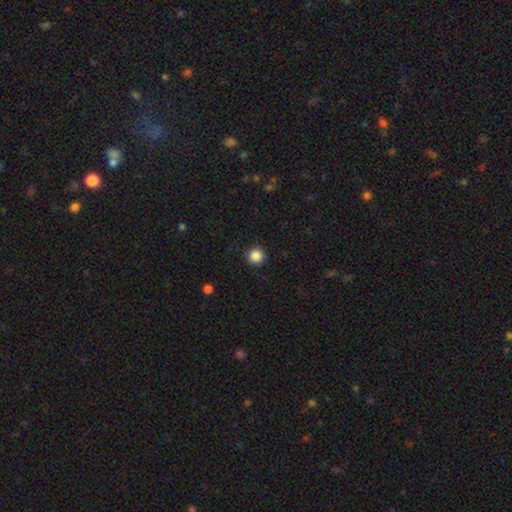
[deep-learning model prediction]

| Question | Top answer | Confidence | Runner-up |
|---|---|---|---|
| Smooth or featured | smooth | 86% | star or artifact (10%) |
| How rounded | round | 96% | in between (3%) |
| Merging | none | 93% | minor disturbance (5%) |